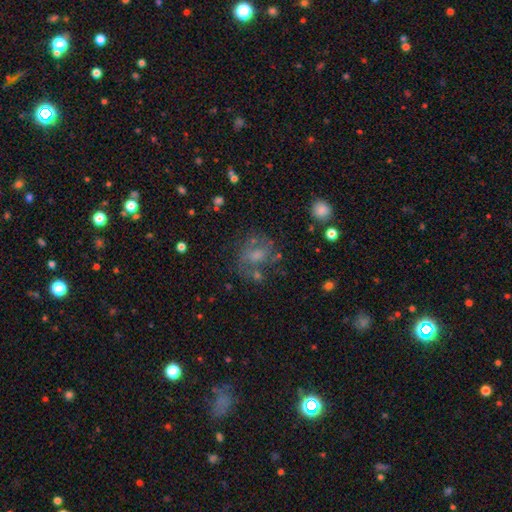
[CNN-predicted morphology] smooth_or_featured: smooth (p=0.43) [alt: featured or disk p=0.40]
merging: none (p=0.54) [alt: minor disturbance p=0.20]